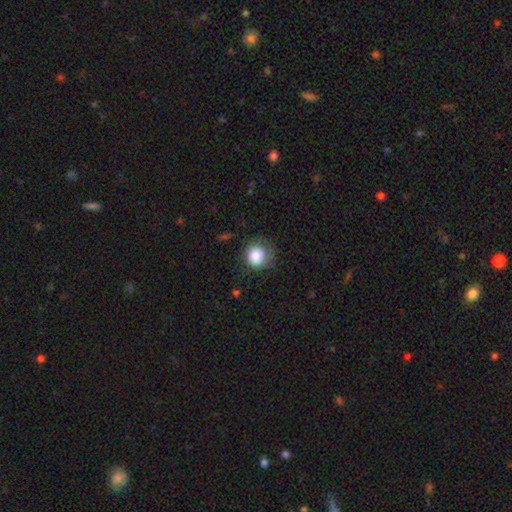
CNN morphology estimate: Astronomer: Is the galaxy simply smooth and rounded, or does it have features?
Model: smooth — 83%.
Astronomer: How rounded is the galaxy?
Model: round — 87%.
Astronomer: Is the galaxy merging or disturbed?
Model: none — 62%.